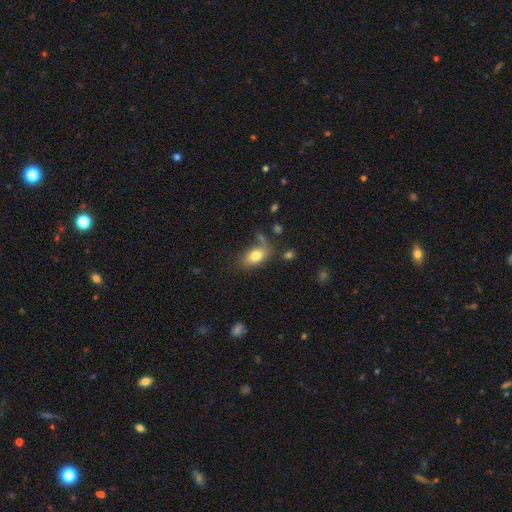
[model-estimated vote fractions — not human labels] smooth 78%, featured or disk 14%, star or artifact 8%. Down the decision tree: how rounded — in between (90%); merging — none (61%).